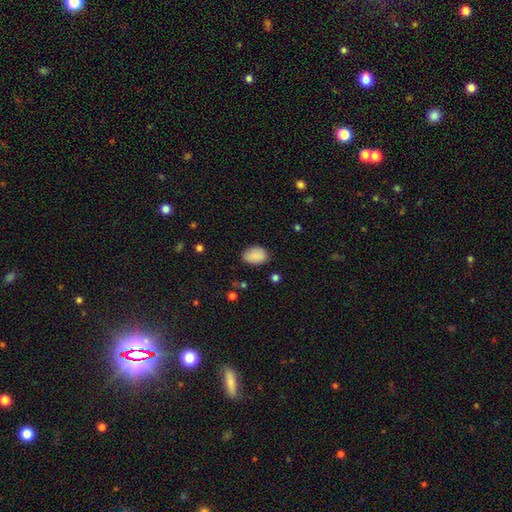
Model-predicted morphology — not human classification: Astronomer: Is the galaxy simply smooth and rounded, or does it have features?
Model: smooth — 88%.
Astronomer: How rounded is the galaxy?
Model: in between — 85%.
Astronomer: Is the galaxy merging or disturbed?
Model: none — 79%.